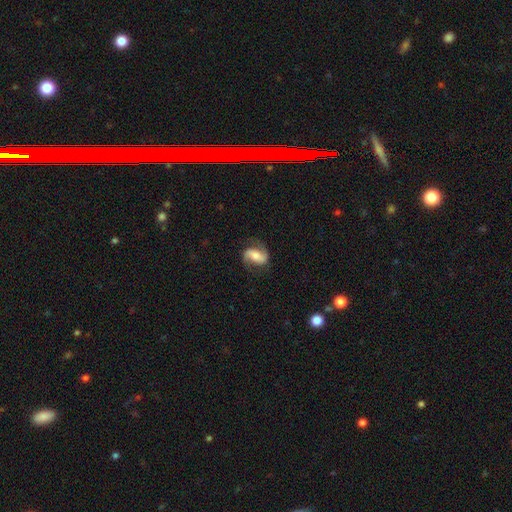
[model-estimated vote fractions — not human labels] This appears to be a featured or disk galaxy (73%) with a strong bar (36%), 2 (90%) medium (42%) spiral arms (94%) and a moderate central bulge (48%). Merging: none (75%).